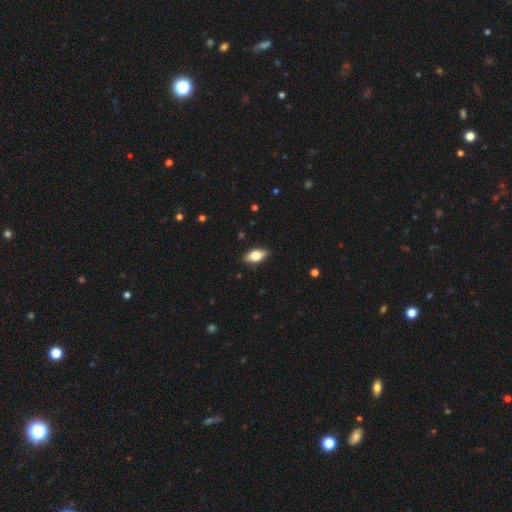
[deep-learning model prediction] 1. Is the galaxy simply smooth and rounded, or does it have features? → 69% smooth, 24% featured or disk, 7% star or artifact.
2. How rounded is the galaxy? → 87% in between, 8% cigar-shaped, 4% round.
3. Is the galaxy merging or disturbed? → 89% none, 9% minor disturbance, 2% major disturbance, 1% merger.